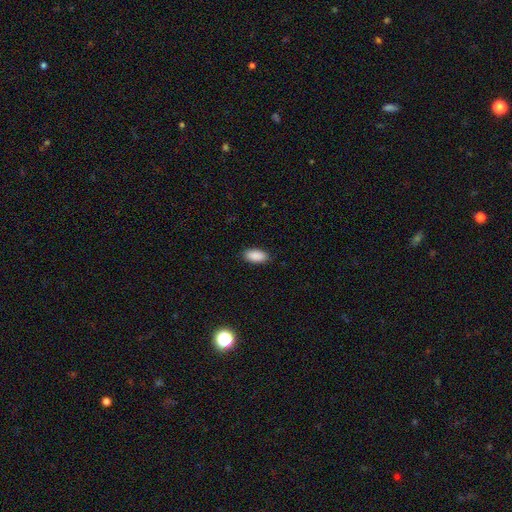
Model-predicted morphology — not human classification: Overall: smooth (90%). How rounded: in between (93%). Merging: none (88%).